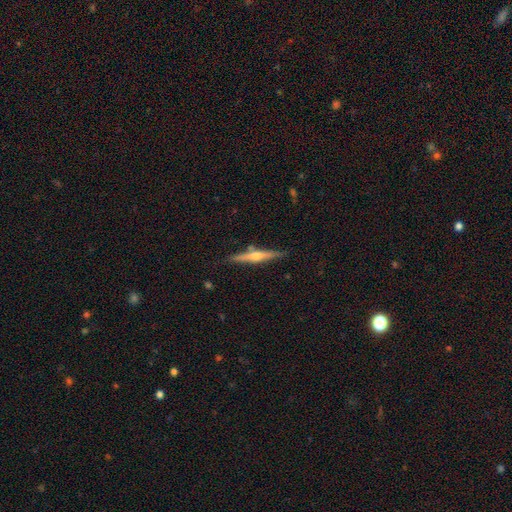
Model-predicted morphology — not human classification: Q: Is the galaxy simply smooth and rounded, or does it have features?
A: featured or disk — 75%.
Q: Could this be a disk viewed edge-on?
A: yes — 98%.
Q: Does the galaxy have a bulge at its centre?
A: rounded — 87%.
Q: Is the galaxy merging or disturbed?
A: none — 87%.